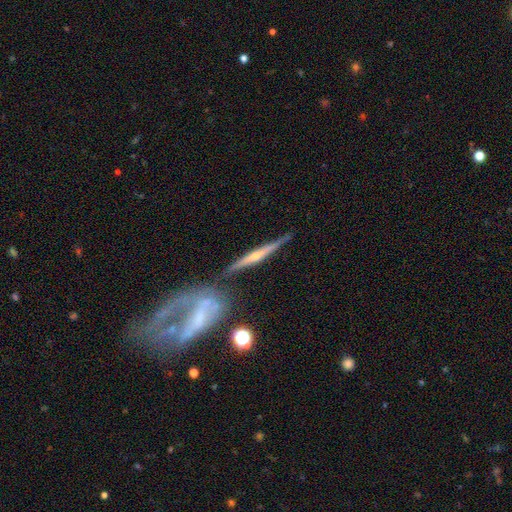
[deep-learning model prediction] Smooth or featured? Predicted: featured or disk (p=0.75). Edge-on disk? Predicted: yes (p=0.88). Edge-on bulge? Predicted: rounded (p=0.79). Merging? Predicted: none (p=0.57).